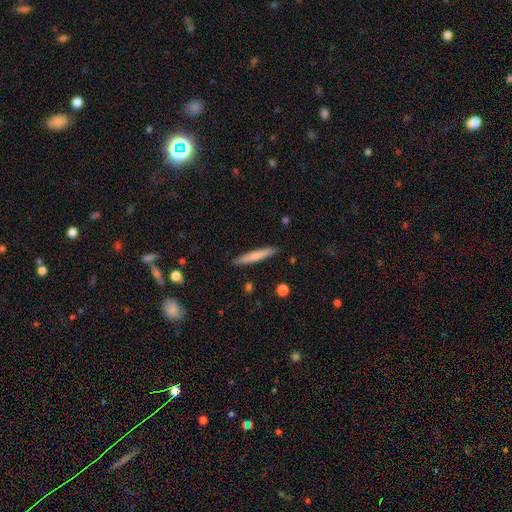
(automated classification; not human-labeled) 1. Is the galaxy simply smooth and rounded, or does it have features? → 73% smooth, 22% featured or disk, 5% star or artifact.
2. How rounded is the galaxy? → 94% cigar-shaped, 5% in between, 1% round.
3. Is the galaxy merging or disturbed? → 90% none, 7% minor disturbance, 1% major disturbance, 1% merger.